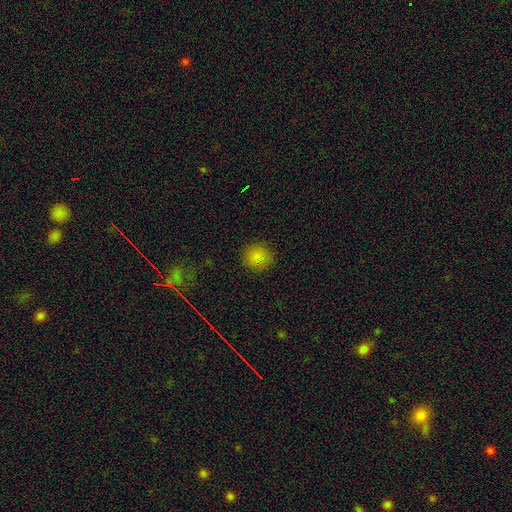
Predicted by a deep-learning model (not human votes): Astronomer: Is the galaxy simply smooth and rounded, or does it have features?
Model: smooth — 77%.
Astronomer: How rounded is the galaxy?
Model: round — 91%.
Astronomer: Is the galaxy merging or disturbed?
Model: none — 87%.